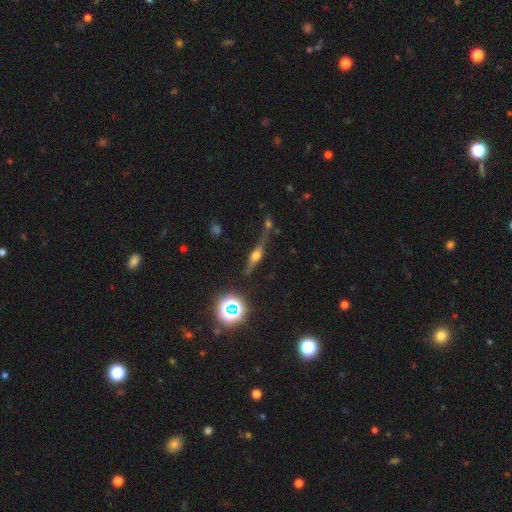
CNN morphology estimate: The model was most divided on "smooth or featured": featured or disk: 62%, smooth: 21%, star or artifact: 17%. More confident: edge-on bulge — rounded (93%); edge-on disk — yes (90%); merging — none (65%).